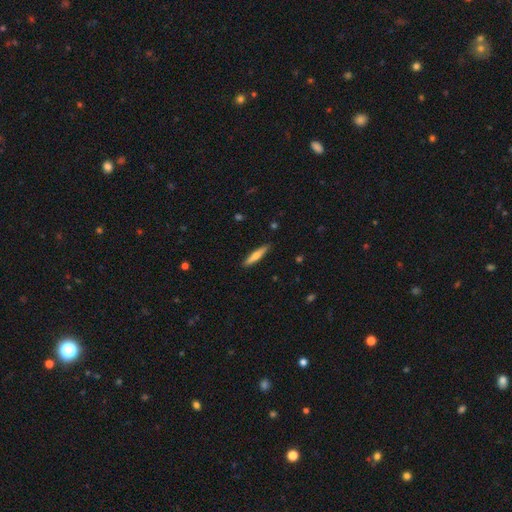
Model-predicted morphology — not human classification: Smooth or featured? smooth (59%)
How rounded? cigar-shaped (88%)
Merging? none (90%)